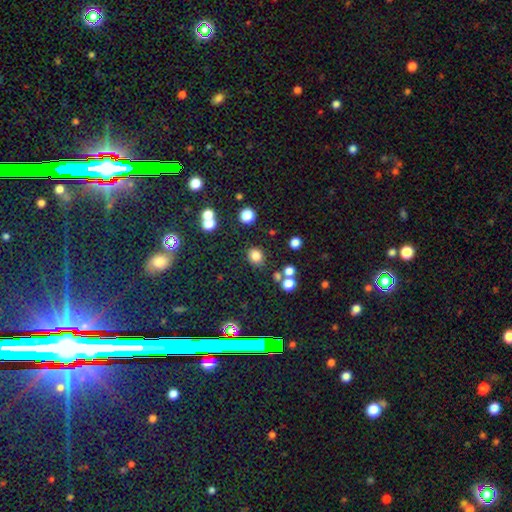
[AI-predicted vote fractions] This appears to be a smooth galaxy with no disk features (80%) that is round (69%). Merging: none (80%).